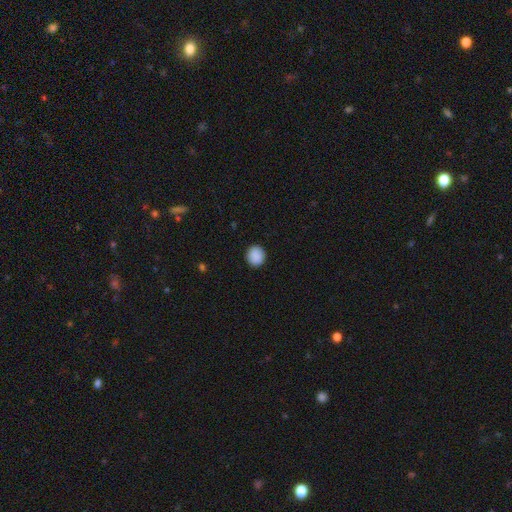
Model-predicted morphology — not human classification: Smooth or featured: smooth — 90% (star or artifact — 8%)
How rounded: round — 83% (in between — 16%)
Merging: none — 91% (minor disturbance — 6%)